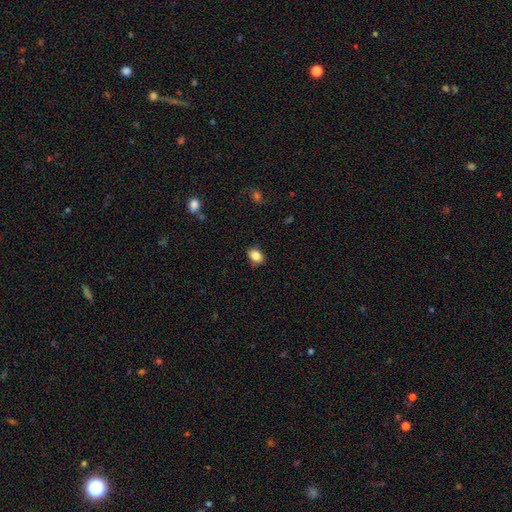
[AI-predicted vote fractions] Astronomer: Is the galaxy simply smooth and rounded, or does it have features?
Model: smooth — 85%.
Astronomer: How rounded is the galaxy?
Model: in between — 65%.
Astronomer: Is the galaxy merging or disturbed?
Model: none — 85%.